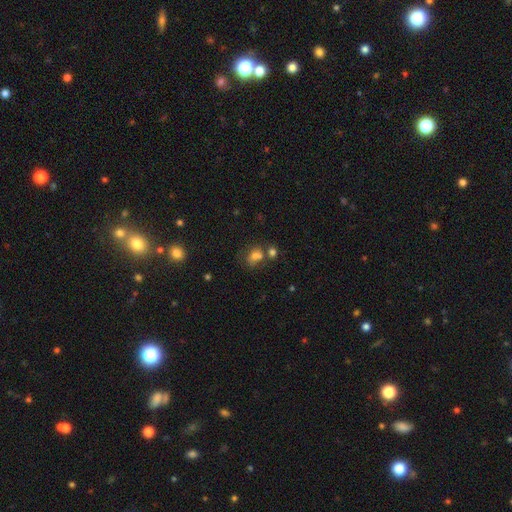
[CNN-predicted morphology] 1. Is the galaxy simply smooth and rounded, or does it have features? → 69% smooth, 17% star or artifact, 14% featured or disk.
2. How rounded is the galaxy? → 65% in between, 33% round, 2% cigar-shaped.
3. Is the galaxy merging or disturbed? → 37% none, 30% merger, 19% minor disturbance, 15% major disturbance.